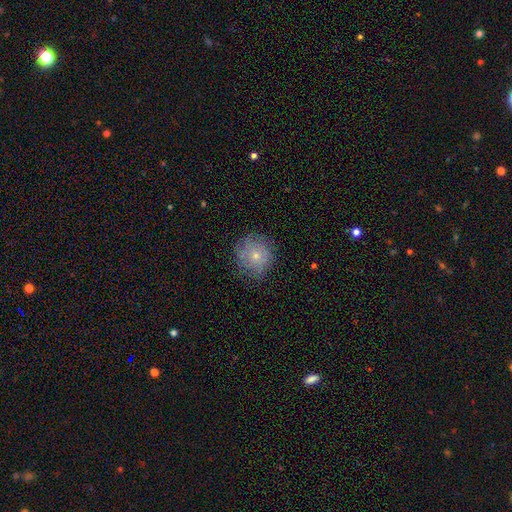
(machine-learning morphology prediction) Overall: smooth (59%; featured or disk 30%). How rounded: round (88%). Merging: none (74%).